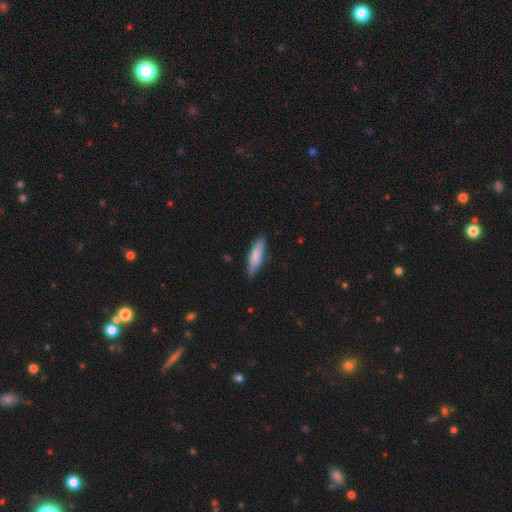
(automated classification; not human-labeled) Smooth or featured? Predicted: smooth (p=0.80). How rounded? Predicted: cigar-shaped (p=0.60). Merging? Predicted: none (p=0.81).